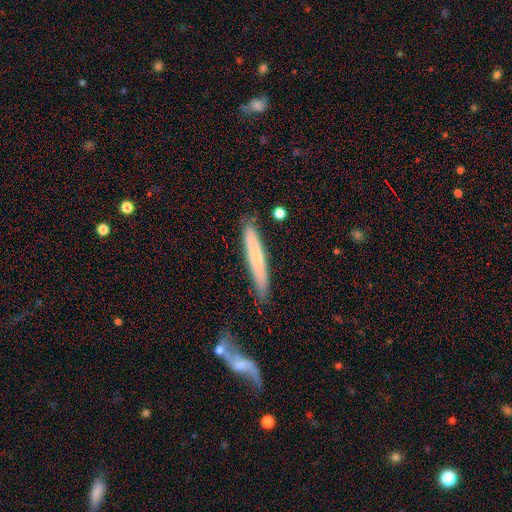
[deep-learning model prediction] Morphology: type=smooth (59%); roundness=cigar-shaped (93%); merging=none (75%).